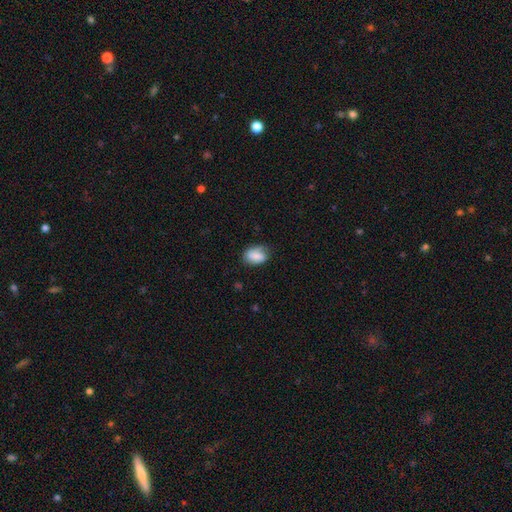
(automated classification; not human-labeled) The model was most divided on "merging": none: 58%, minor disturbance: 31%, major disturbance: 10%, merger: 2%. More confident: how rounded — in between (82%); smooth or featured — smooth (75%).